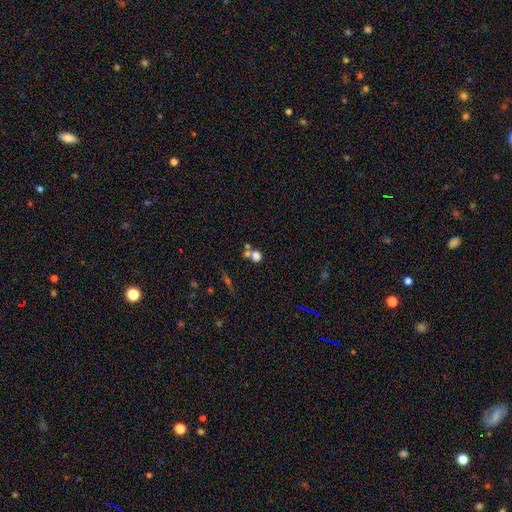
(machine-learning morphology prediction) type=smooth (69%); roundness=round (78%); merging=none (45%).